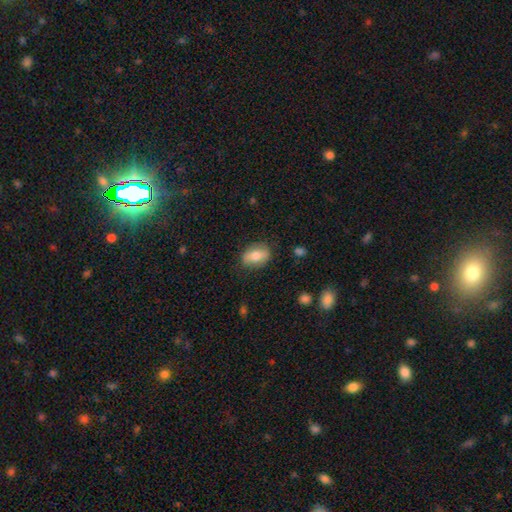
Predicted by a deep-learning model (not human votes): Morphology: type=smooth (66%); roundness=in between (84%); merging=none (81%).